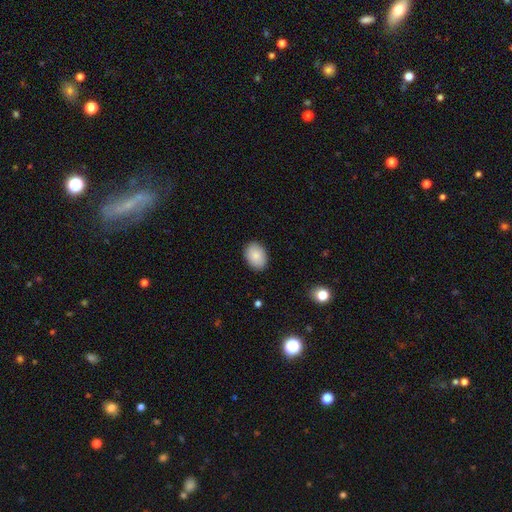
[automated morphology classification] Smooth or featured? smooth (88%)
How rounded? in between (80%)
Merging? none (88%)